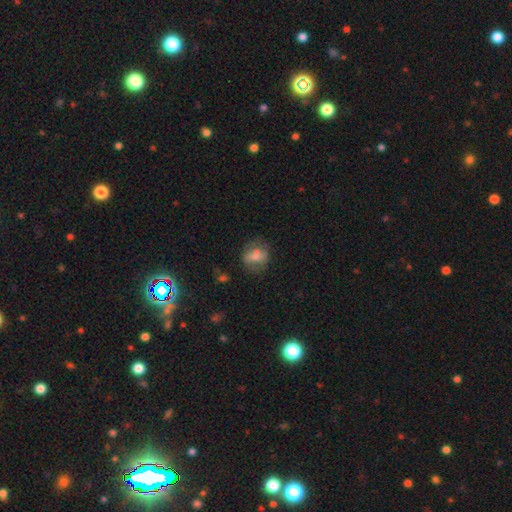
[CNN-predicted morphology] smooth_or_featured: smooth (p=0.60) [alt: featured or disk p=0.30]
how_rounded: round (p=0.53) [alt: in between p=0.45]
merging: none (p=0.57) [alt: minor disturbance p=0.23]